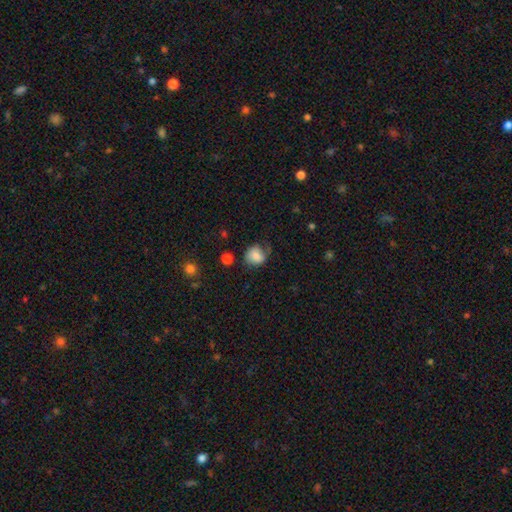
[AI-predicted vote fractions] This is likely a smooth galaxy (76%). How rounded: likely round (65%). Merging: possibly none (53%).